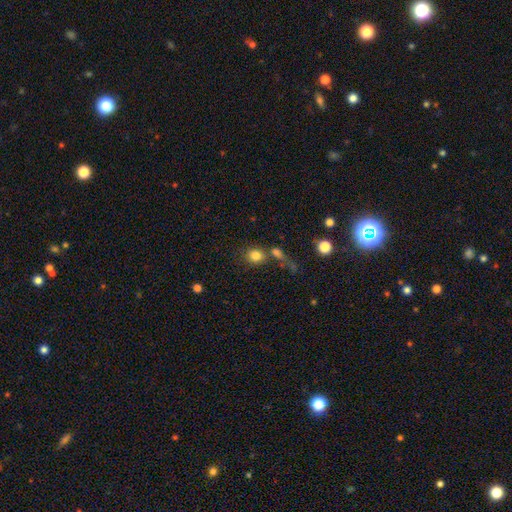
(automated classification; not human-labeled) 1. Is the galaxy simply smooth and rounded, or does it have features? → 81% smooth, 11% star or artifact, 8% featured or disk.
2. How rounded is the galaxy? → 74% round, 24% in between, 2% cigar-shaped.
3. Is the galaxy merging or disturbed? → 55% none, 26% merger, 11% minor disturbance, 8% major disturbance.